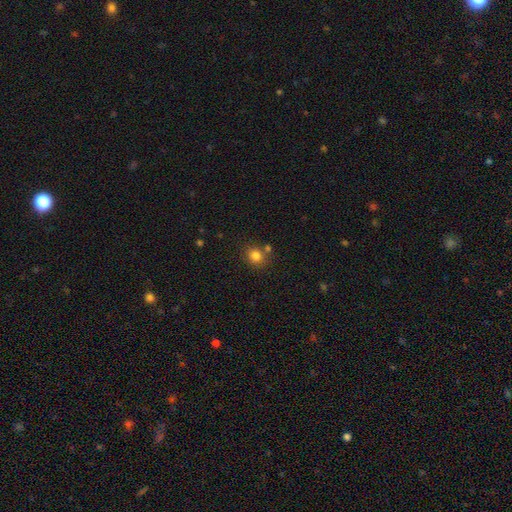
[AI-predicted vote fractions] Smooth or featured? Predicted: smooth (p=0.81). How rounded? Predicted: round (p=0.78). Merging? Predicted: none (p=0.70).